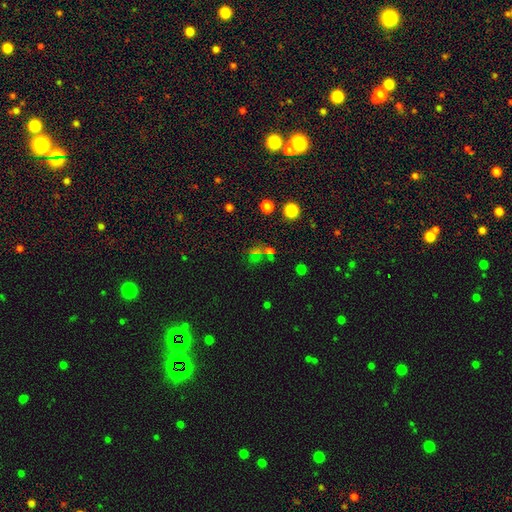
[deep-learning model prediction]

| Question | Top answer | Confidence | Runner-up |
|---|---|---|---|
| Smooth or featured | star or artifact | 51% | smooth (37%) |